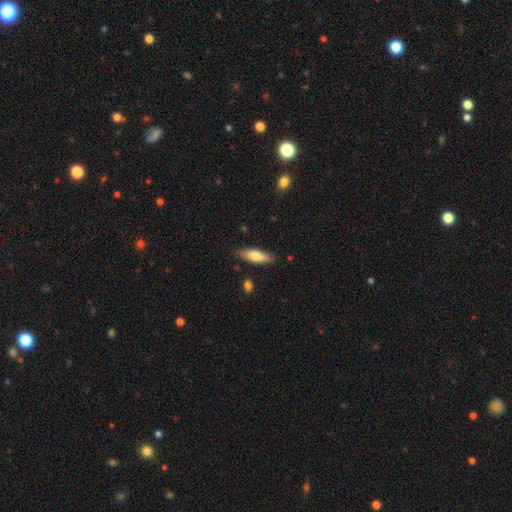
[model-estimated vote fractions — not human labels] smooth_or_featured: smooth (p=0.69) [alt: featured or disk p=0.25]
how_rounded: cigar-shaped (p=0.55) [alt: in between p=0.43]
merging: none (p=0.84) [alt: minor disturbance p=0.12]